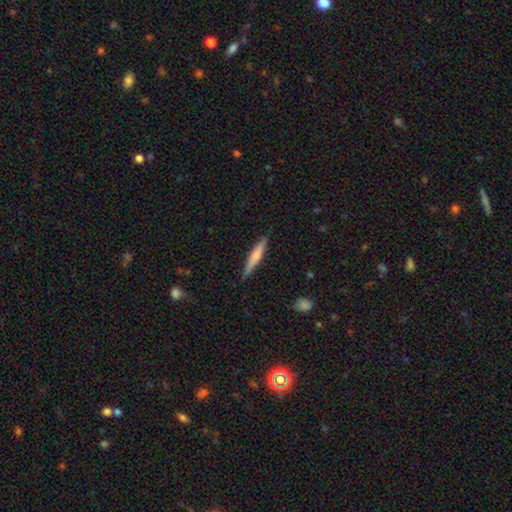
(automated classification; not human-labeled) Smooth or featured?
  - smooth: 58% *
  - featured or disk: 36%
  - star or artifact: 6%
How rounded?
  - cigar-shaped: 91% *
  - in between: 7%
  - round: 1%
Merging?
  - none: 86% *
  - minor disturbance: 10%
  - major disturbance: 2%
  - merger: 1%